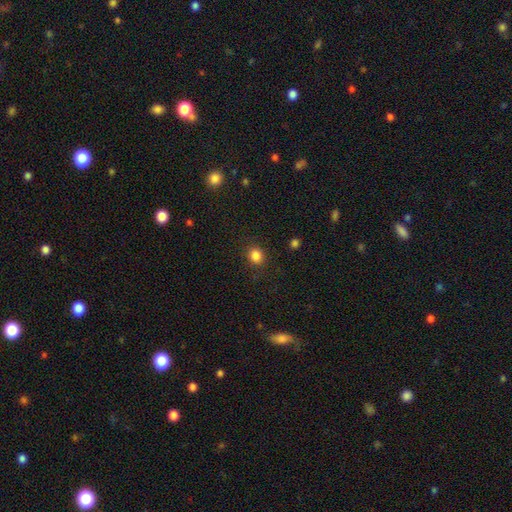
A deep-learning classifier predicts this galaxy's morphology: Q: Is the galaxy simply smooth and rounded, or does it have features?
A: smooth — 85%.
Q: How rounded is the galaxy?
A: round — 71%.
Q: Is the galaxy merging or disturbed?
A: none — 87%.